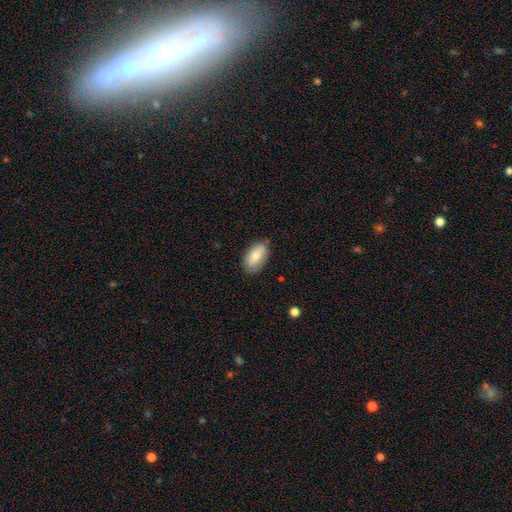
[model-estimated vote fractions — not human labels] A smooth galaxy with no disk features (76%) that is in between round and cigar-shaped (93%).

Vote fractions:
- Smooth or featured? smooth: 76% / featured or disk: 17% / star or artifact: 7%
- How rounded? in between: 93% / round: 4% / cigar-shaped: 3%
- Merging? none: 81% / minor disturbance: 15% / major disturbance: 3% / merger: 1%